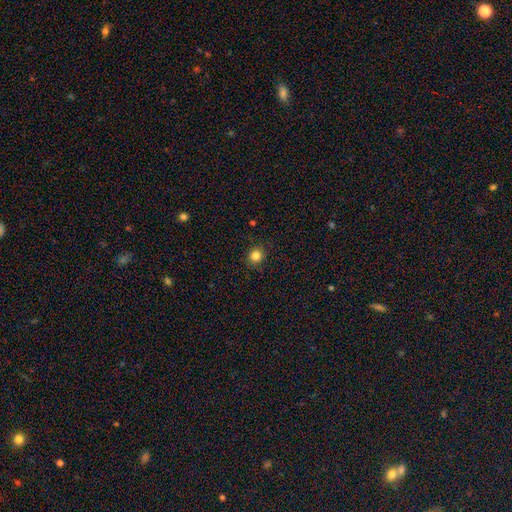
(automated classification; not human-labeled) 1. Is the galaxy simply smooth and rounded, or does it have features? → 83% smooth, 12% star or artifact, 4% featured or disk.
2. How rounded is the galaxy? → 89% round, 10% in between, 1% cigar-shaped.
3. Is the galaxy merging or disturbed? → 90% none, 7% minor disturbance, 2% major disturbance, 1% merger.